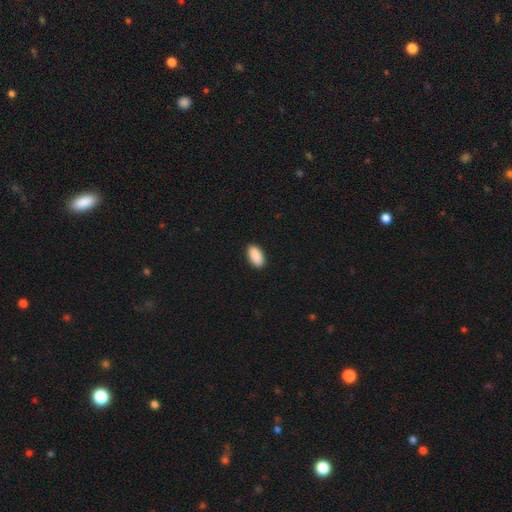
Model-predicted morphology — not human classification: smooth_or_featured: smooth (p=0.91) [alt: star or artifact p=0.06]
how_rounded: in between (p=0.93) [alt: cigar-shaped p=0.05]
merging: none (p=0.91) [alt: minor disturbance p=0.07]